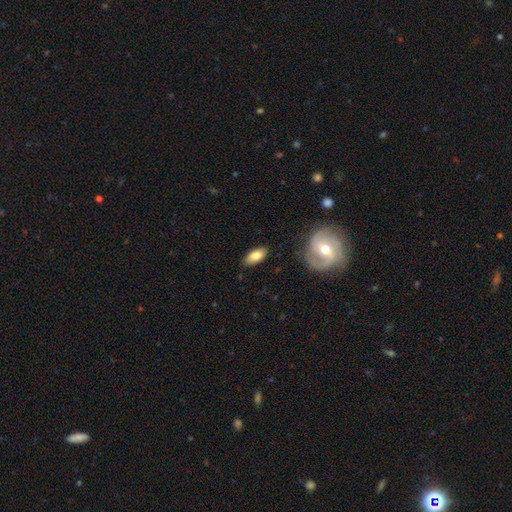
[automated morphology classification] Smooth or featured? smooth (79%)
How rounded? in between (91%)
Merging? none (83%)